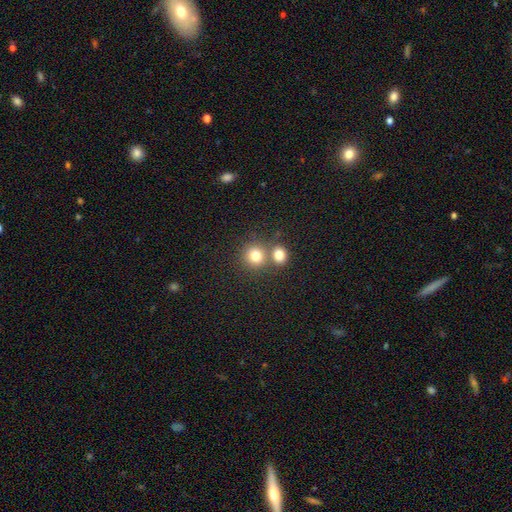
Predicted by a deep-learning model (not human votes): A smooth galaxy with no disk features (79%) that is round (87%). Merging: none (57%).